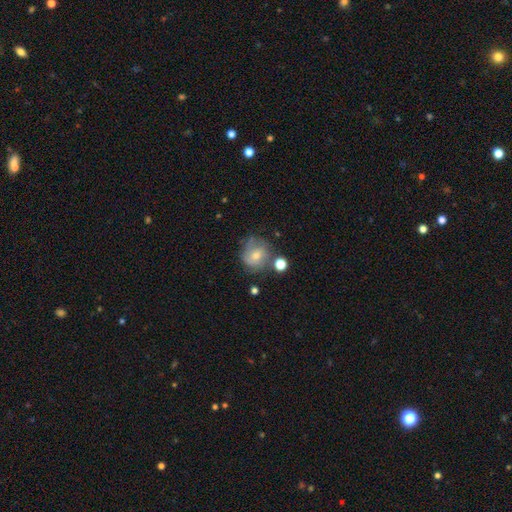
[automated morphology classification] Smooth or featured?
  - featured or disk: 55% *
  - smooth: 33%
  - star or artifact: 13%
Edge-on disk?
  - no: 97% *
  - yes: 3%
Bar?
  - no: 65% *
  - weak: 29%
  - strong: 5%
Spiral arms?
  - yes: 81% *
  - no: 19%
Bulge size?
  - small: 48% *
  - moderate: 47%
  - none: 2%
  - large: 2%
  - dominant: 1%
Merging?
  - none: 65% *
  - minor disturbance: 19%
  - major disturbance: 8%
  - merger: 7%